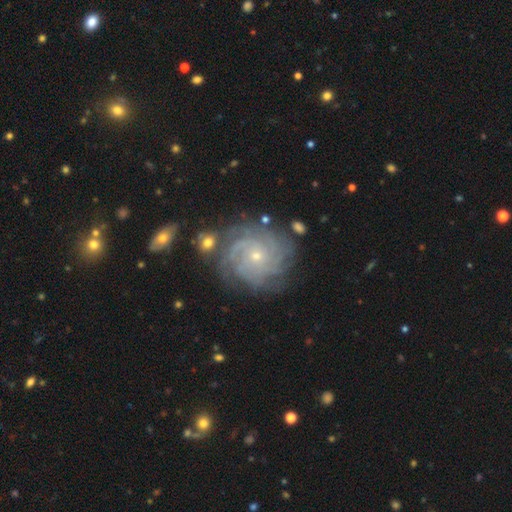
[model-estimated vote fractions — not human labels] Overall: featured or disk (86%). Edge-on disk: no (97%). Bar: no (79%). Spiral arms: yes (97%). Spiral arm count: 4 (29%; can't tell 25%). Spiral winding: tight (76%). Bulge size: small (77%). Merging: none (75%).